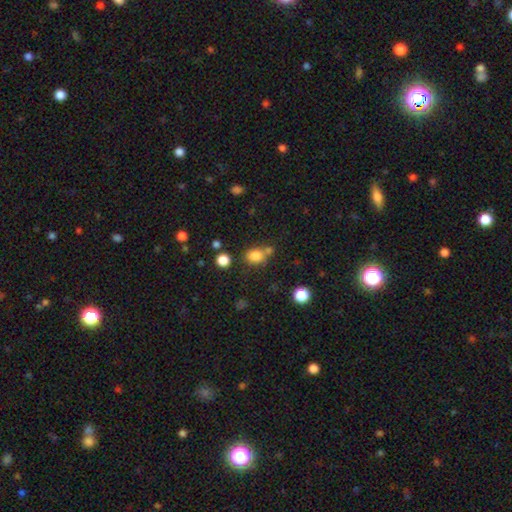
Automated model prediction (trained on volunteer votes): A smooth galaxy with no disk features (82%) that is round (52%).

Vote fractions:
- Smooth or featured? smooth: 82% / star or artifact: 12% / featured or disk: 6%
- How rounded? round: 52% / in between: 46% / cigar-shaped: 1%
- Merging? none: 59% / merger: 22% / minor disturbance: 14% / major disturbance: 5%